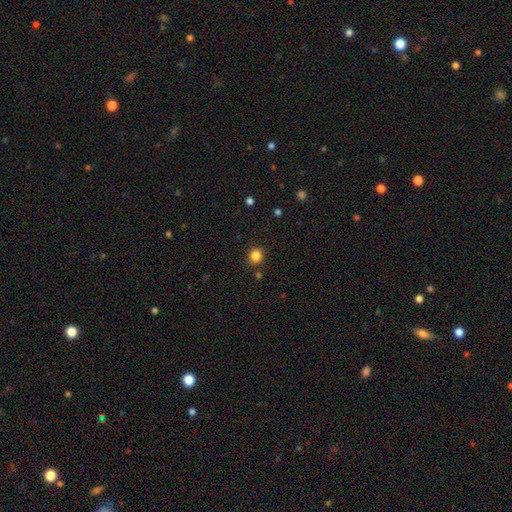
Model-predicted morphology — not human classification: This is clearly a smooth galaxy (84%). How rounded: clearly round (90%). Merging: clearly none (88%).